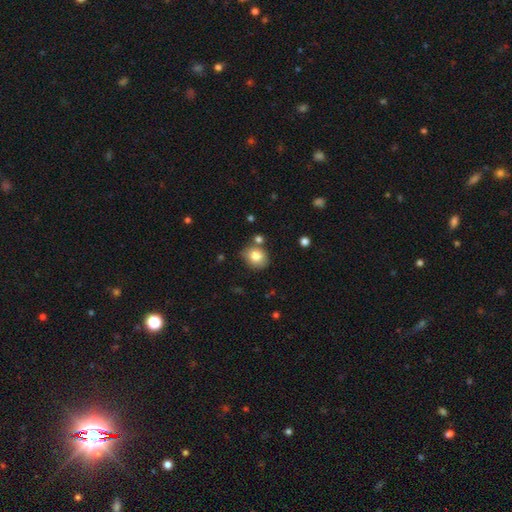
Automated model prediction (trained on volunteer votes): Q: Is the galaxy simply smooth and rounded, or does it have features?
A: smooth — 81%.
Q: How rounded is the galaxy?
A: round — 67%.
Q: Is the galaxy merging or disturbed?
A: none — 71%.